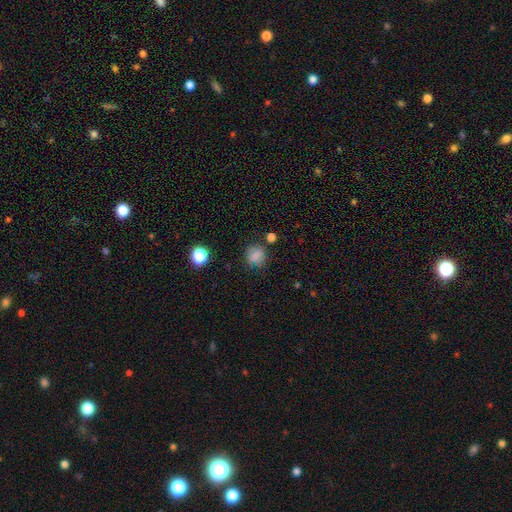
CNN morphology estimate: smooth_or_featured: smooth (p=0.80) [alt: star or artifact p=0.13]
how_rounded: round (p=0.79) [alt: in between p=0.20]
merging: none (p=0.77) [alt: minor disturbance p=0.14]